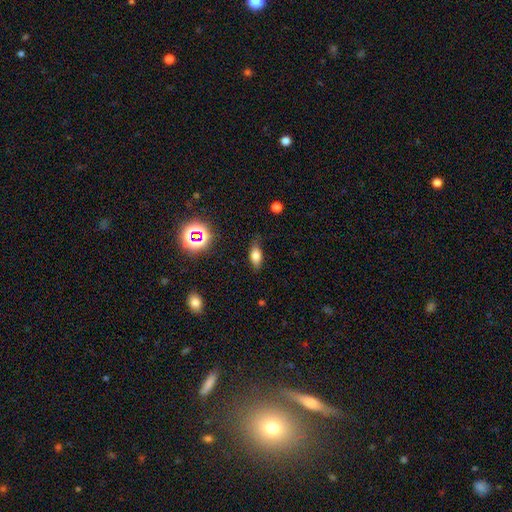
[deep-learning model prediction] This is likely a smooth galaxy (73%). How rounded: clearly in between (81%). Merging: likely none (79%).